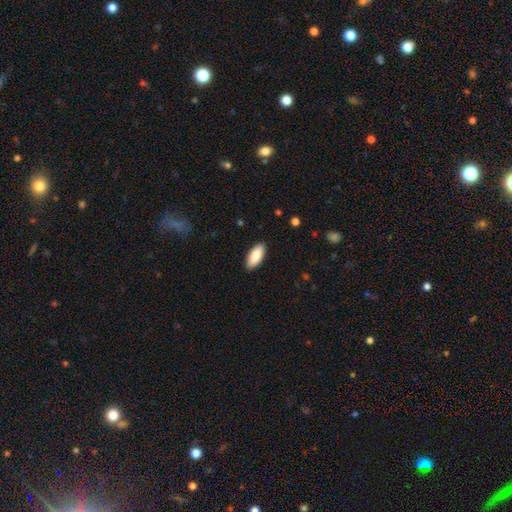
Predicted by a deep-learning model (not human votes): This appears to be a smooth galaxy with no disk features (87%) that is in between round and cigar-shaped (88%). Merging: none (89%).